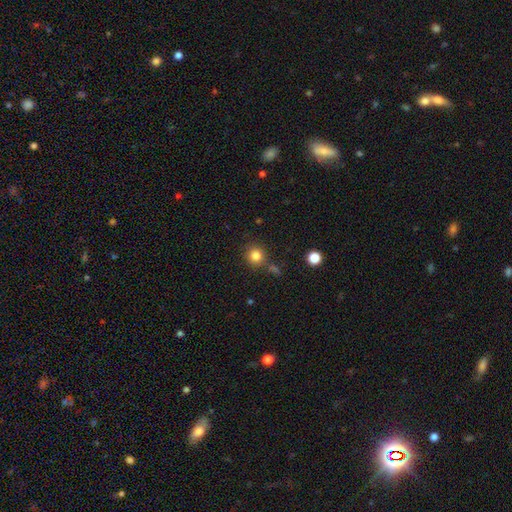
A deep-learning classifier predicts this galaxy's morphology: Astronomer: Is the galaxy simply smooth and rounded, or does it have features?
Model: smooth — 83%.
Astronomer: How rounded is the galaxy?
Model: round — 92%.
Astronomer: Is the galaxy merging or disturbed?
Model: none — 77%.